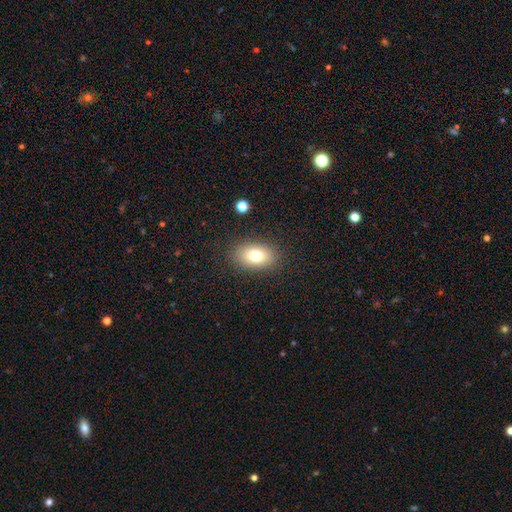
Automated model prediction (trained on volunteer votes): Overall: smooth (76%). How rounded: in between (83%). Merging: none (85%).